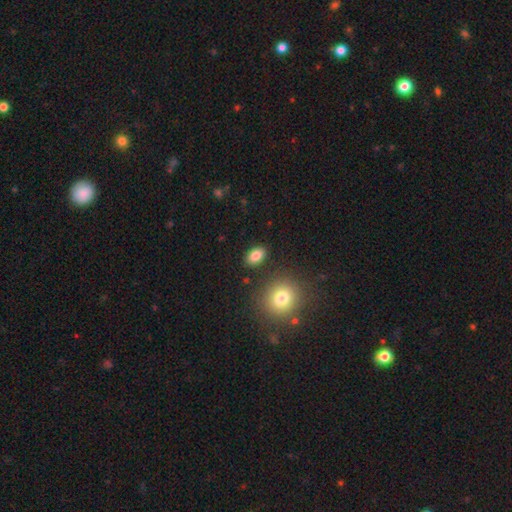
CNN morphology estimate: smooth_or_featured: smooth (p=0.85) [alt: star or artifact p=0.09]
how_rounded: in between (p=0.88) [alt: round p=0.10]
merging: none (p=0.87) [alt: minor disturbance p=0.08]